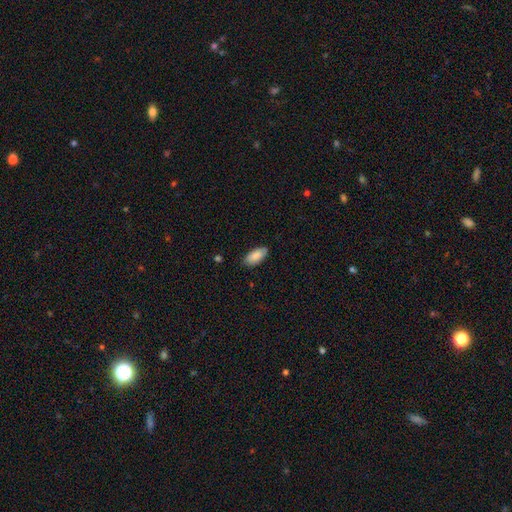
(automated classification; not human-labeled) Smooth or featured? smooth (86%)
How rounded? in between (92%)
Merging? none (81%)